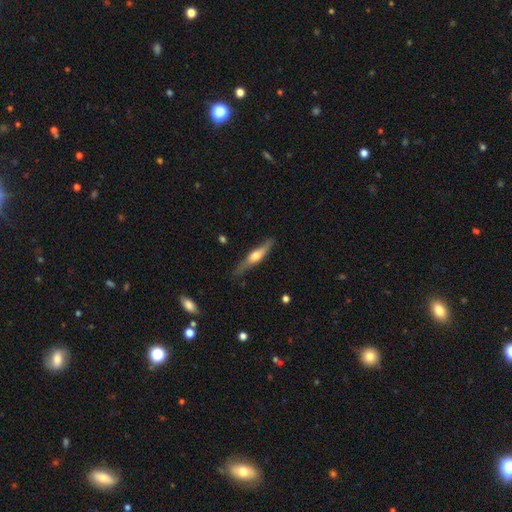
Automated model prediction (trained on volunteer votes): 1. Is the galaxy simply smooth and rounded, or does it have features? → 58% featured or disk, 36% smooth, 6% star or artifact.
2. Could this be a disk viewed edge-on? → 93% yes, 7% no.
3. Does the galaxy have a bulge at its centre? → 91% rounded, 5% boxy, 4% none.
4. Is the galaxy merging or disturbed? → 82% none, 14% minor disturbance, 3% major disturbance, 2% merger.